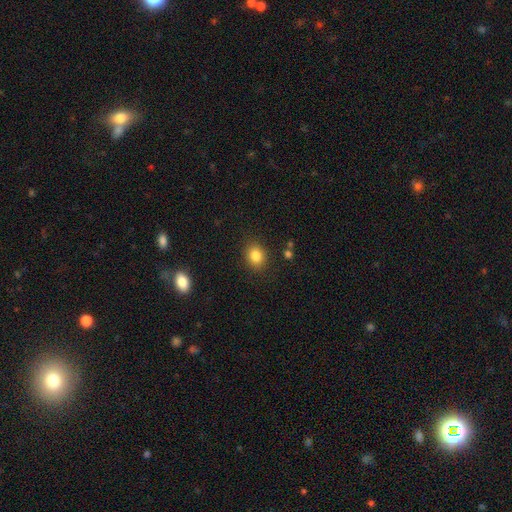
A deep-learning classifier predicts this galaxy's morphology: Smooth or featured: smooth — 84% (star or artifact — 10%)
How rounded: round — 58% (in between — 41%)
Merging: none — 86% (minor disturbance — 9%)